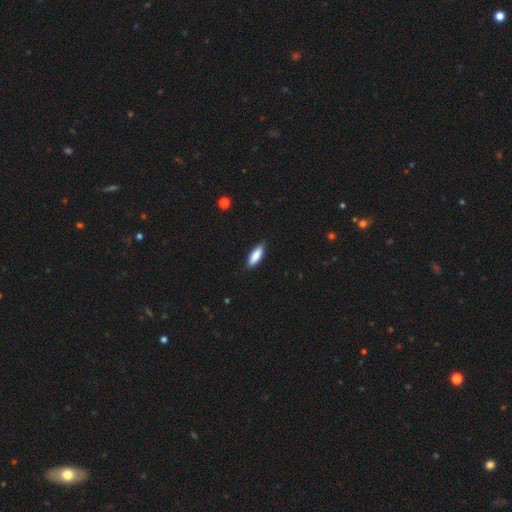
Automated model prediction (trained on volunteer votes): Morphology: type=smooth (85%); roundness=in between (61%); merging=none (85%).